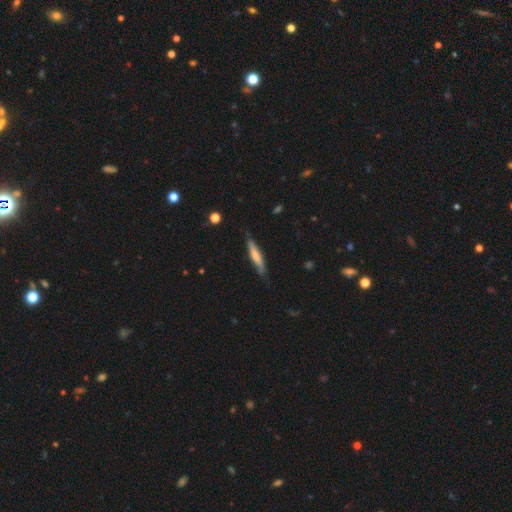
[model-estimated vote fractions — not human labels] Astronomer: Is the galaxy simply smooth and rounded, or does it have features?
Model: smooth — 58% (runner-up: featured or disk, 36%).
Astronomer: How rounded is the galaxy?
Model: cigar-shaped — 89%.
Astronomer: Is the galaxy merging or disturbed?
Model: none — 76%.